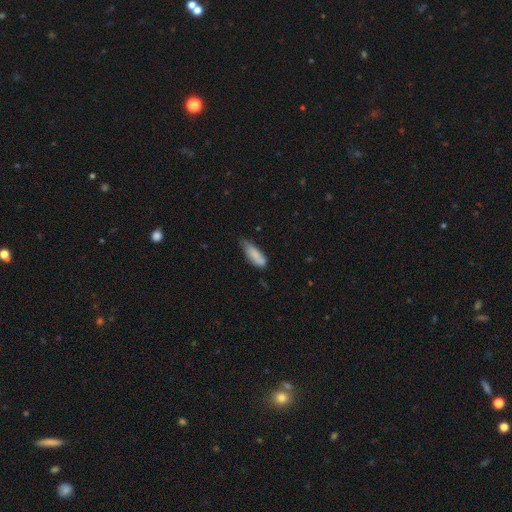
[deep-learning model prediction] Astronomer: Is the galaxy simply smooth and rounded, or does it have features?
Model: smooth — 81%.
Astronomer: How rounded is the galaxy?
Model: in between — 59% (runner-up: cigar-shaped, 39%).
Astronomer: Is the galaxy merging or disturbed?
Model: minor disturbance — 43% (runner-up: none, 42%).